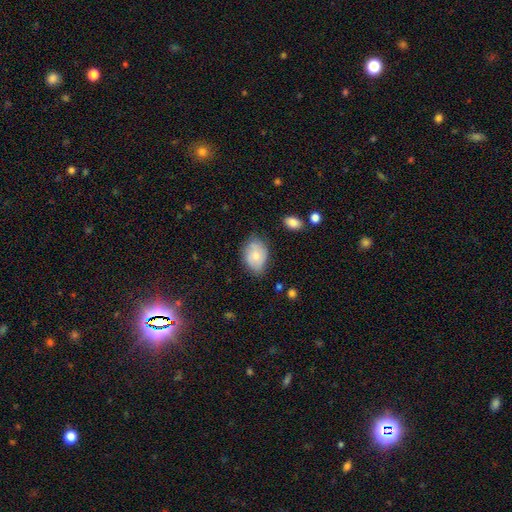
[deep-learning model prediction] Overall: smooth (69%). How rounded: in between (80%). Merging: none (67%).